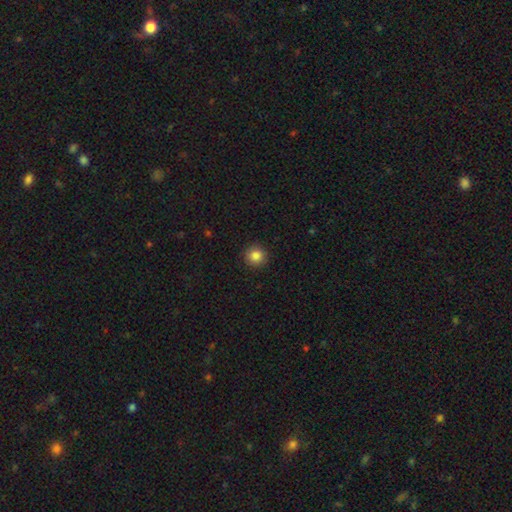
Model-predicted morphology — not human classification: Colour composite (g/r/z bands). It shows a smooth galaxy with no disk features (85%) that is round (94%). Merging: none (91%).